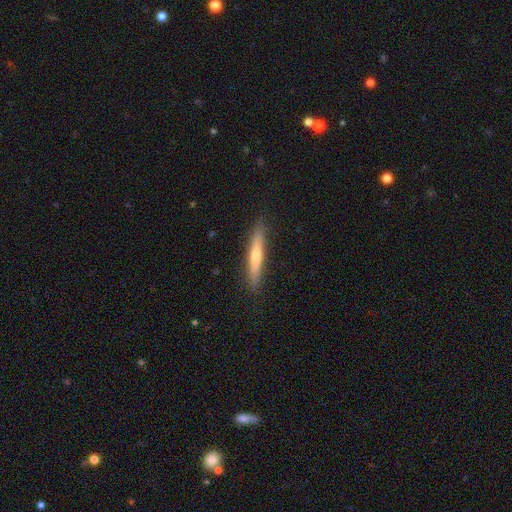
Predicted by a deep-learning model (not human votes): smooth 60%, featured or disk 34%, star or artifact 6%. Down the decision tree: how rounded — cigar-shaped (94%); merging — none (89%).